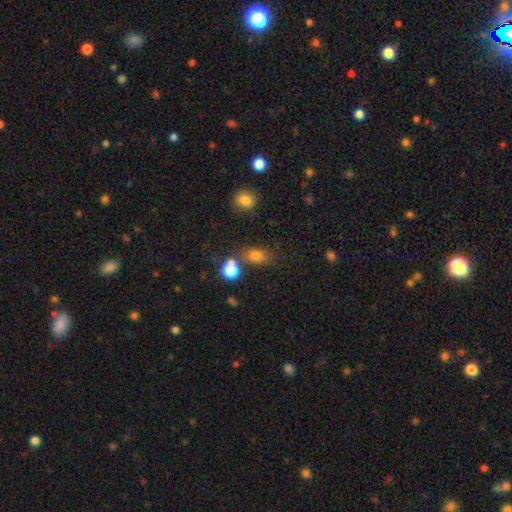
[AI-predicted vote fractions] Morphology: type=smooth (76%); roundness=in between (71%); merging=none (61%).